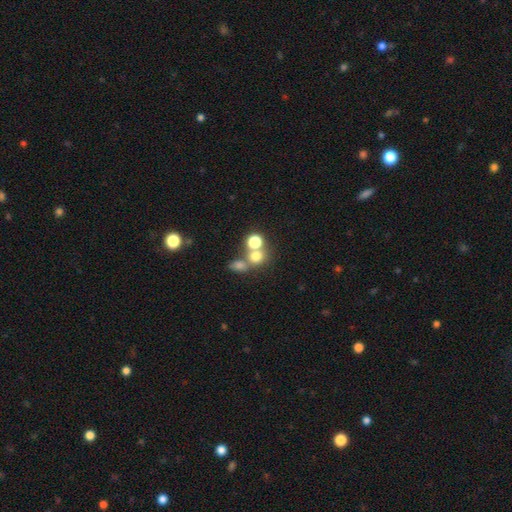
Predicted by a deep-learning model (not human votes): Smooth or featured? Predicted: smooth (p=0.68). How rounded? Predicted: round (p=0.77). Merging? Predicted: none (p=0.47).